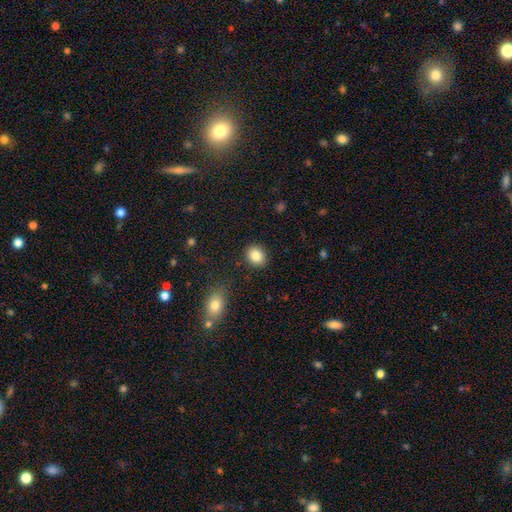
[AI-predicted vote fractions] The model was most divided on "how rounded": round: 56%, in between: 43%, cigar-shaped: 1%. More confident: merging — none (88%); smooth or featured — smooth (86%).